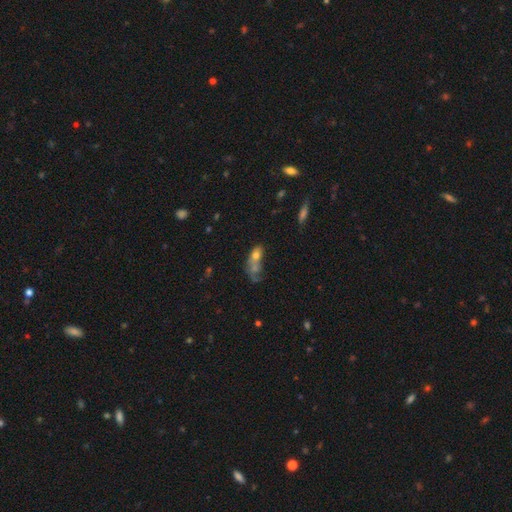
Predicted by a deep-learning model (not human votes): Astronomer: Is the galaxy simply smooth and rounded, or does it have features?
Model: smooth — 57%.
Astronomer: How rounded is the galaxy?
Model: in between — 70%.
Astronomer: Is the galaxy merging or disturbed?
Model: merger — 42% (runner-up: none, 25%).